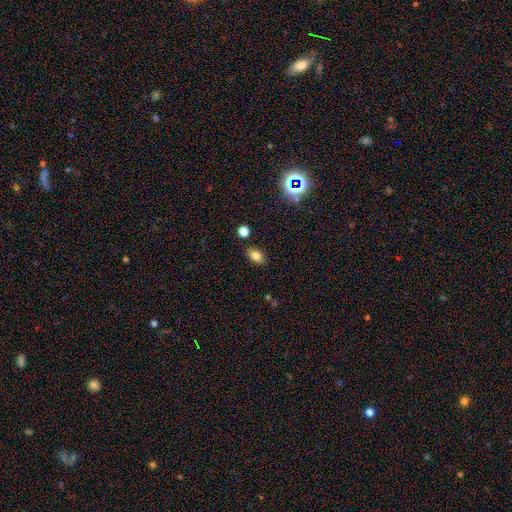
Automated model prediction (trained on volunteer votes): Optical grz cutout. It shows a smooth galaxy with no disk features (79%) that is in between round and cigar-shaped (83%). Merging: none (83%).